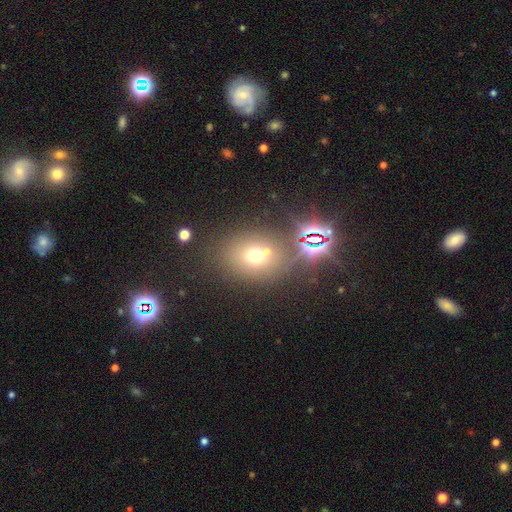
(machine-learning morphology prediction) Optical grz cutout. It shows a smooth galaxy with no disk features (62%) that is round (60%). Merging: none (63%).